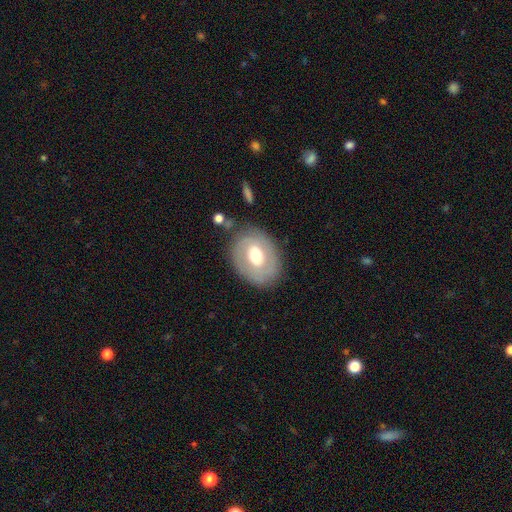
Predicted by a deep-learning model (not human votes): A featured or disk galaxy (48%).

Vote fractions:
- Smooth or featured? featured or disk: 48% / smooth: 45% / star or artifact: 7%
- Merging? none: 76% / minor disturbance: 15% / major disturbance: 7% / merger: 3%